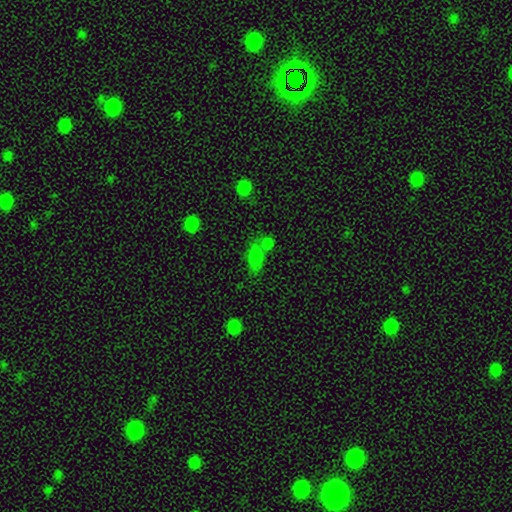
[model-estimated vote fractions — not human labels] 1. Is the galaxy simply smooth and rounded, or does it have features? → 70% smooth, 21% star or artifact, 9% featured or disk.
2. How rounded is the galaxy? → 78% in between, 15% round, 8% cigar-shaped.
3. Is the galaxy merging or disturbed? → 42% none, 37% merger, 14% minor disturbance, 7% major disturbance.